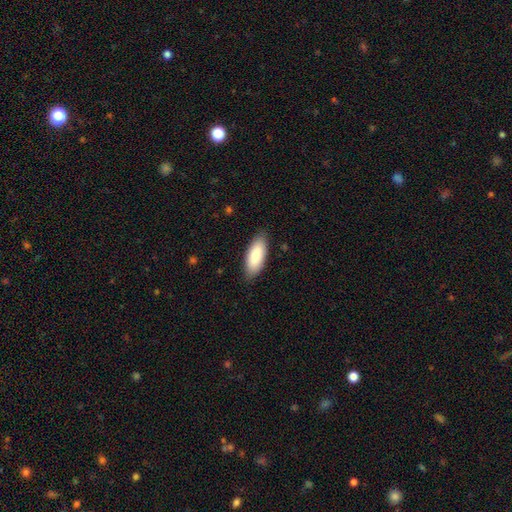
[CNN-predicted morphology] smooth 84%, featured or disk 10%, star or artifact 5%. Down the decision tree: how rounded — in between (83%); merging — none (85%).